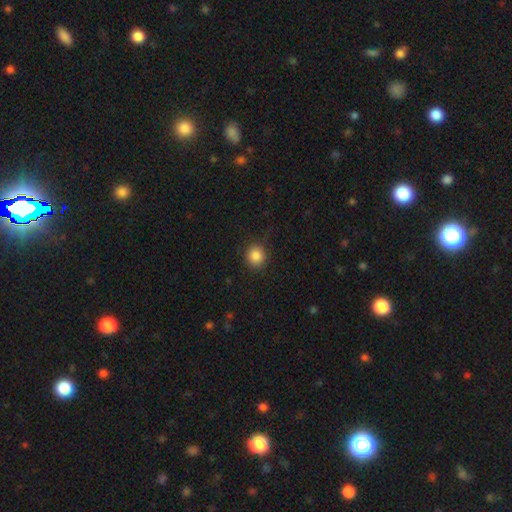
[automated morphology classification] smooth_or_featured: smooth (p=0.86) [alt: star or artifact p=0.10]
how_rounded: round (p=0.87) [alt: in between p=0.12]
merging: none (p=0.88) [alt: minor disturbance p=0.08]